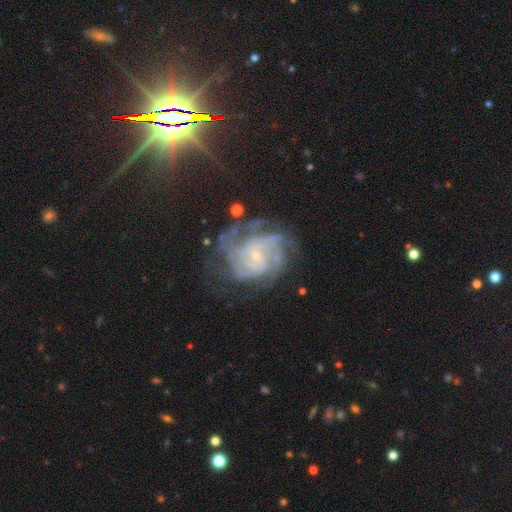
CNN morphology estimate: type=featured or disk (86%); edge-on=no (98%); bar=no (64%); spiral arms=yes (96%); winding=tight (59%); arm count=can't tell (30%); bulge=small (82%); merging=none (61%).